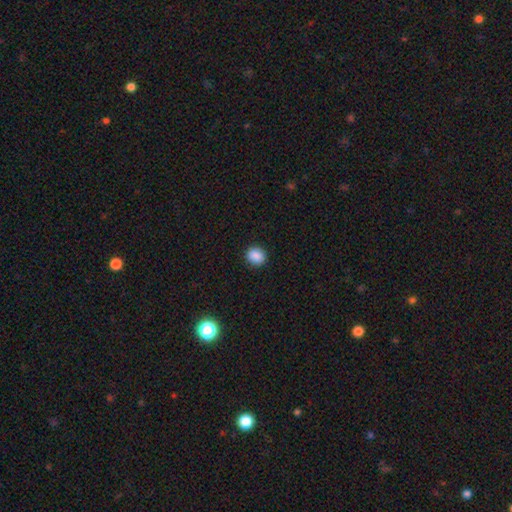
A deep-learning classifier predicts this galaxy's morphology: Smooth or featured?
  - smooth: 88% *
  - star or artifact: 9%
  - featured or disk: 3%
How rounded?
  - round: 82% *
  - in between: 17%
  - cigar-shaped: 1%
Merging?
  - none: 91% *
  - minor disturbance: 6%
  - major disturbance: 2%
  - merger: 1%